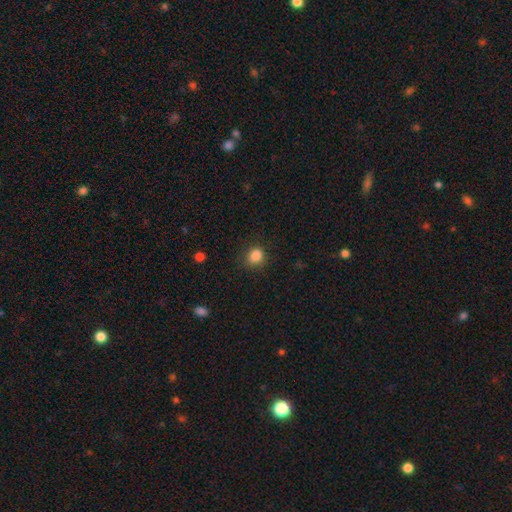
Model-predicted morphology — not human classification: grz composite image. It shows a smooth galaxy with no disk features (85%) that is round (65%). Merging: none (77%).